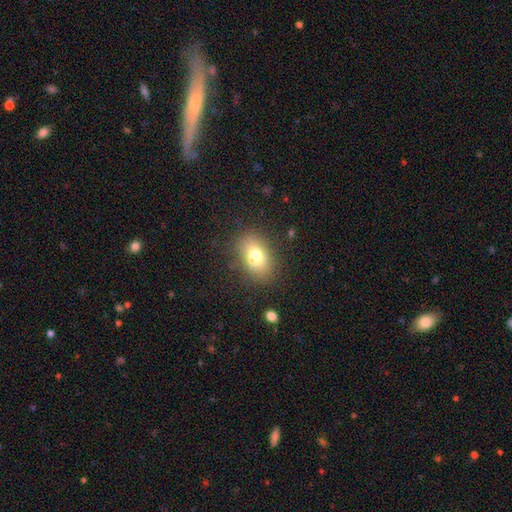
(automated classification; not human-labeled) Q: Smooth or featured?
A: smooth (69%); runner-up: featured or disk (19%)
Q: How rounded?
A: in between (72%); runner-up: round (26%)
Q: Merging?
A: none (67%); runner-up: minor disturbance (16%)